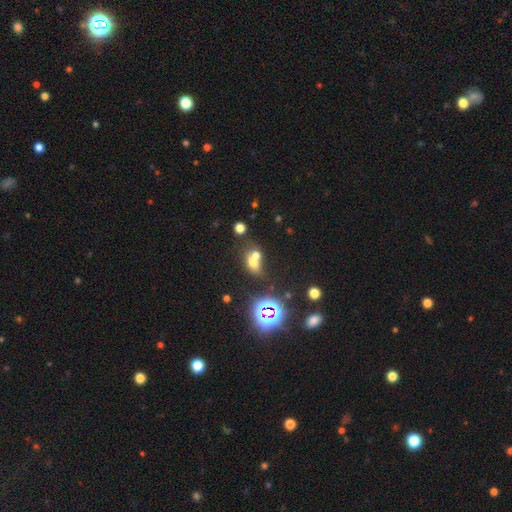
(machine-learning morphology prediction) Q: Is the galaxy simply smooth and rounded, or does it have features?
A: smooth — 59%.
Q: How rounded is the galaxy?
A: in between — 52%.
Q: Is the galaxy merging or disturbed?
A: merger — 59%.